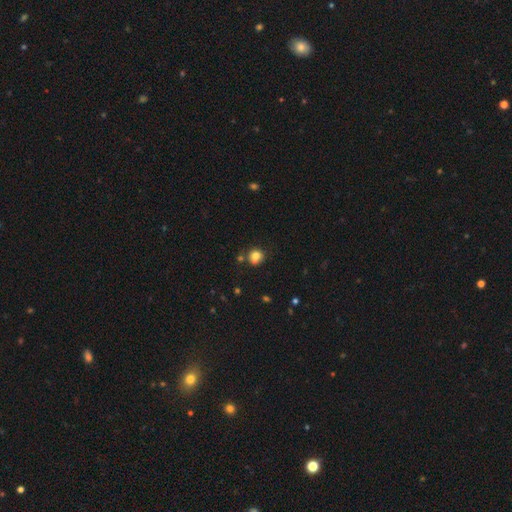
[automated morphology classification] Q: Smooth or featured?
A: smooth (81%); runner-up: star or artifact (12%)
Q: How rounded?
A: round (72%); runner-up: in between (27%)
Q: Merging?
A: none (66%); runner-up: minor disturbance (19%)